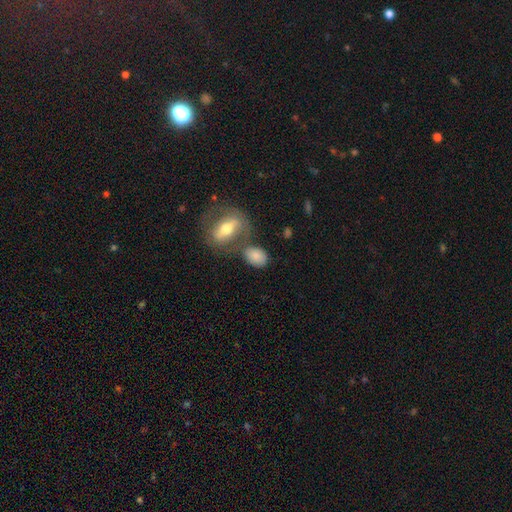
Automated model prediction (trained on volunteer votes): This is likely a smooth galaxy (77%). How rounded: likely in between (79%). Merging: possibly none (57%).